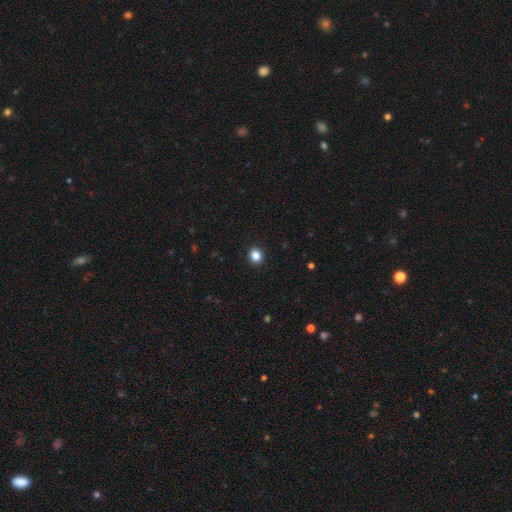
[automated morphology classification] smooth_or_featured: smooth (p=0.85) [alt: star or artifact p=0.11]
how_rounded: round (p=0.81) [alt: in between p=0.18]
merging: none (p=0.93) [alt: minor disturbance p=0.05]